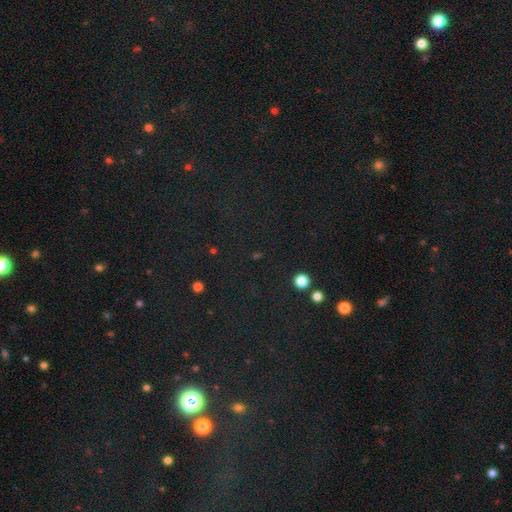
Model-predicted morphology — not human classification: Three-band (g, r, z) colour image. It shows a star or artifact, not a galaxy (77%).